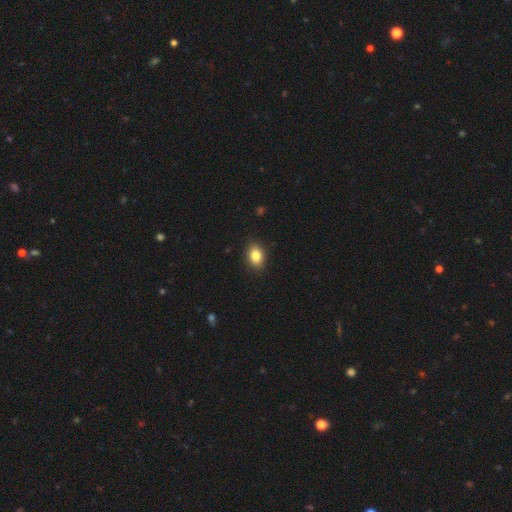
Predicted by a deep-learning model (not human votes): This appears to be a smooth galaxy with no disk features (85%) that is in between round and cigar-shaped (76%). Merging: none (89%).